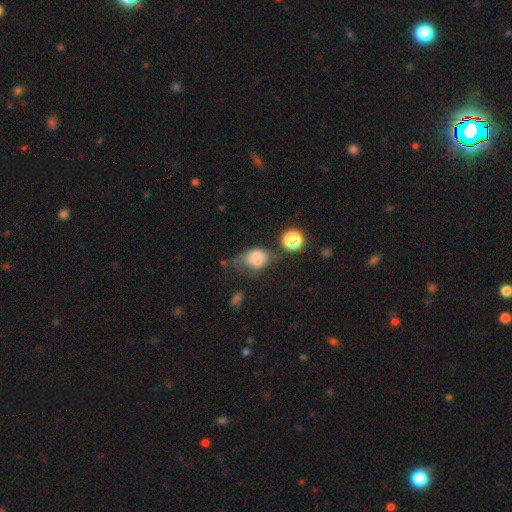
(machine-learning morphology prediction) A smooth galaxy with no disk features (63%) that is in between round and cigar-shaped (65%).

Vote fractions:
- Smooth or featured? smooth: 63% / featured or disk: 20% / star or artifact: 17%
- How rounded? in between: 65% / round: 32% / cigar-shaped: 3%
- Merging? none: 34% / minor disturbance: 28% / major disturbance: 22% / merger: 16%